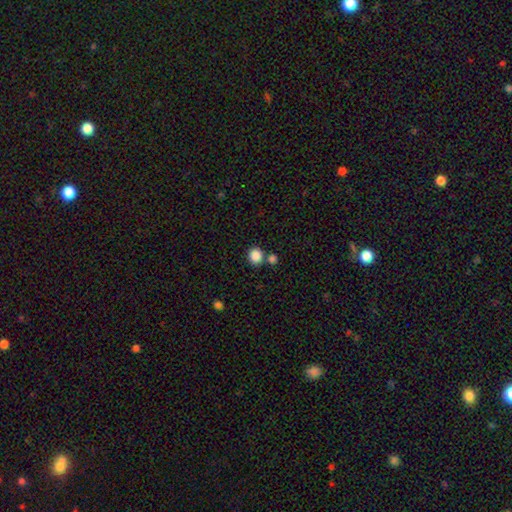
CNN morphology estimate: This appears to be a smooth galaxy with no disk features (87%) that is round (83%). Merging: none (72%).